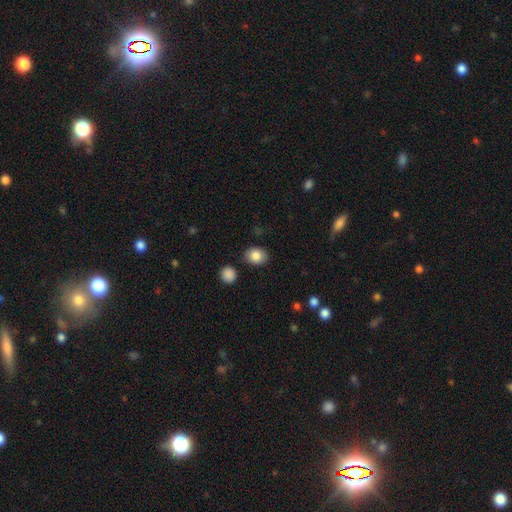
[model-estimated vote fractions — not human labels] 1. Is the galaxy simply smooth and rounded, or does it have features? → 85% smooth, 8% star or artifact, 6% featured or disk.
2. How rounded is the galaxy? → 53% in between, 46% round, 1% cigar-shaped.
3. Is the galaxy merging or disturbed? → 85% none, 9% minor disturbance, 3% merger, 2% major disturbance.